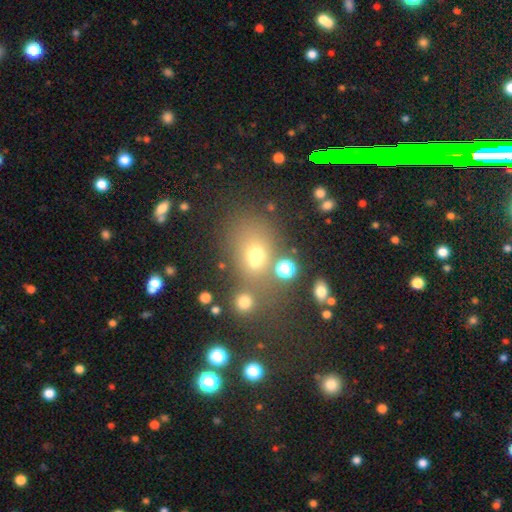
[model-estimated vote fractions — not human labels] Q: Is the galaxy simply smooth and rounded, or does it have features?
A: smooth — 62%.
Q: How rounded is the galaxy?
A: in between — 51%.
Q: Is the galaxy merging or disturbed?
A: none — 49%.